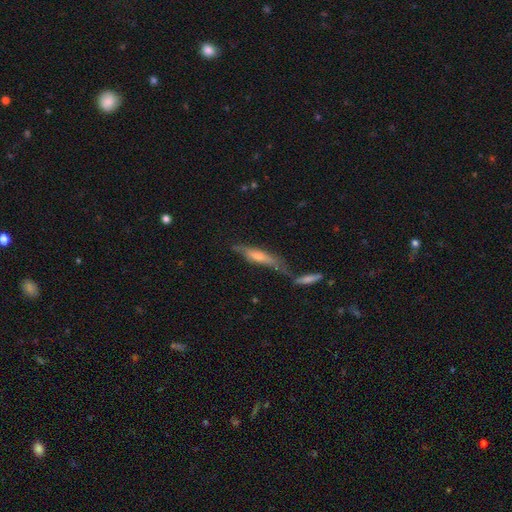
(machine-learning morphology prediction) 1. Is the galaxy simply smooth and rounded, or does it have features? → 51% featured or disk, 40% smooth, 9% star or artifact.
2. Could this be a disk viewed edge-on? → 79% yes, 21% no.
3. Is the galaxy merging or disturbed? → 44% none, 29% merger, 18% minor disturbance, 9% major disturbance.